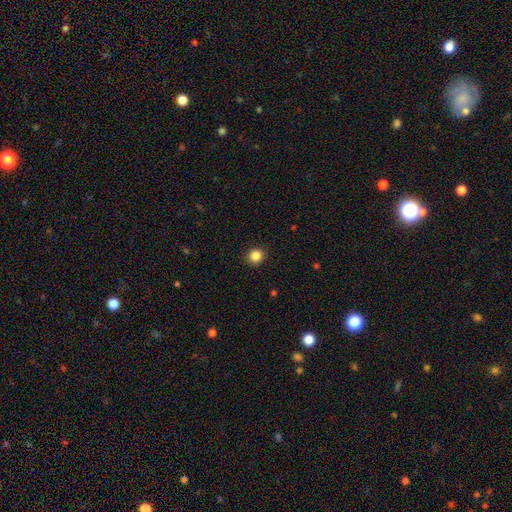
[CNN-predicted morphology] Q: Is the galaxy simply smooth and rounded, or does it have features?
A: smooth — 85%.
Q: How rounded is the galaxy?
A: round — 87%.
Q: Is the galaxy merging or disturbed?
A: none — 92%.